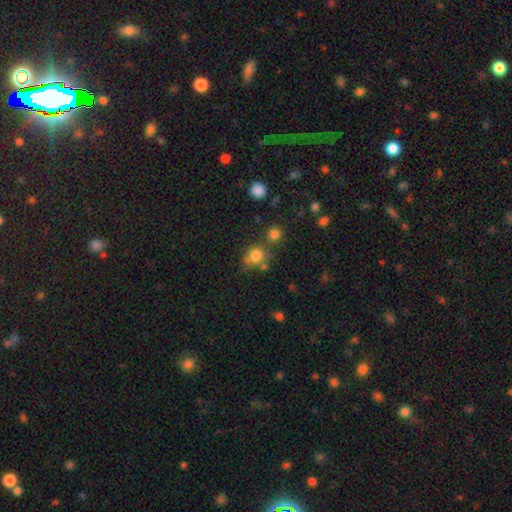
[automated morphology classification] Smooth or featured? smooth (77%)
How rounded? round (79%)
Merging? none (54%)